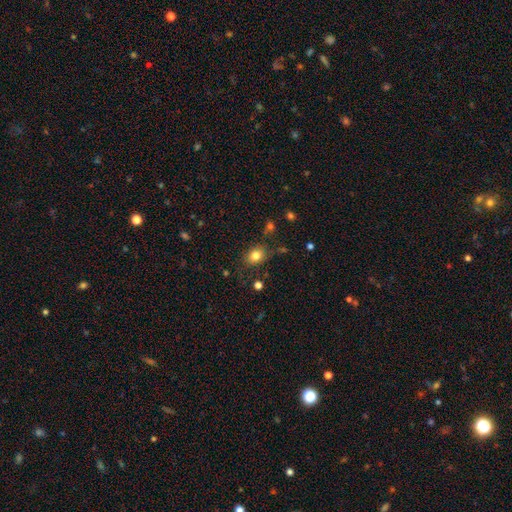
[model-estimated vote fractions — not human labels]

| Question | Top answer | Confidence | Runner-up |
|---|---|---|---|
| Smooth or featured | smooth | 80% | star or artifact (11%) |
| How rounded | in between | 55% | round (44%) |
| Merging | none | 77% | minor disturbance (15%) |